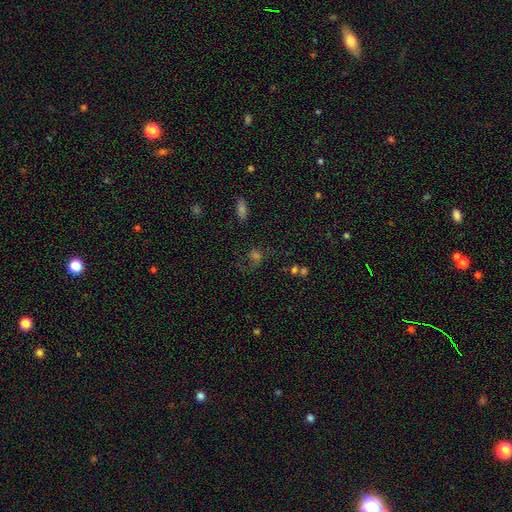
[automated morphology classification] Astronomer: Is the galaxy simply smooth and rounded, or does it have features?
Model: smooth — 39% (runner-up: star or artifact, 31%).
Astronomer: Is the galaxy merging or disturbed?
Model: none — 49% (runner-up: major disturbance, 28%).